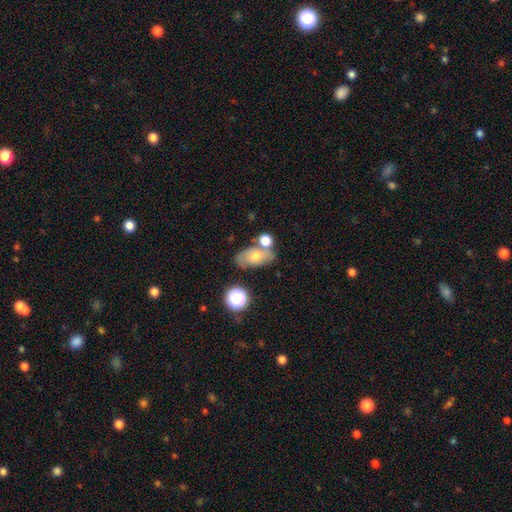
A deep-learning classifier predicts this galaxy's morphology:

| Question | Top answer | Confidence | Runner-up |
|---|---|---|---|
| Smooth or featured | smooth | 54% | featured or disk (33%) |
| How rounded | in between | 83% | round (13%) |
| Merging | none | 55% | merger (20%) |